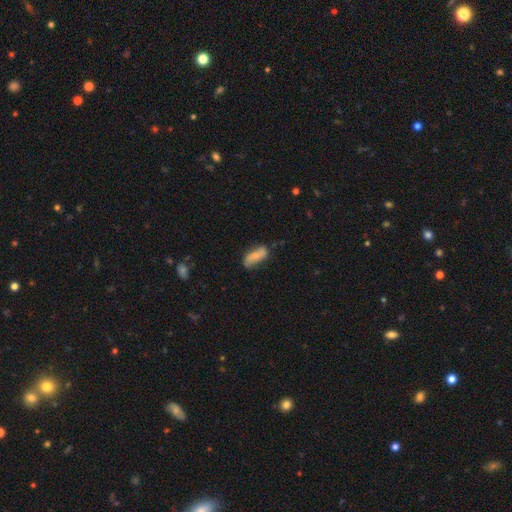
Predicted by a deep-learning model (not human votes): A smooth galaxy with no disk features (53%) that is in between round and cigar-shaped (74%). Merging: none (61%).